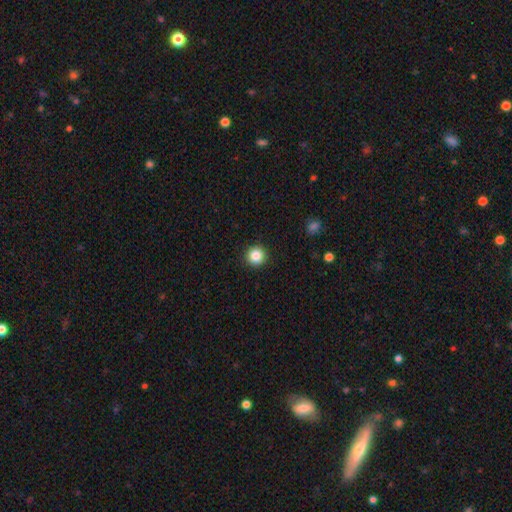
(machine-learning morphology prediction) Smooth or featured: smooth — 85% (star or artifact — 10%)
How rounded: round — 95% (in between — 4%)
Merging: none — 93% (minor disturbance — 4%)